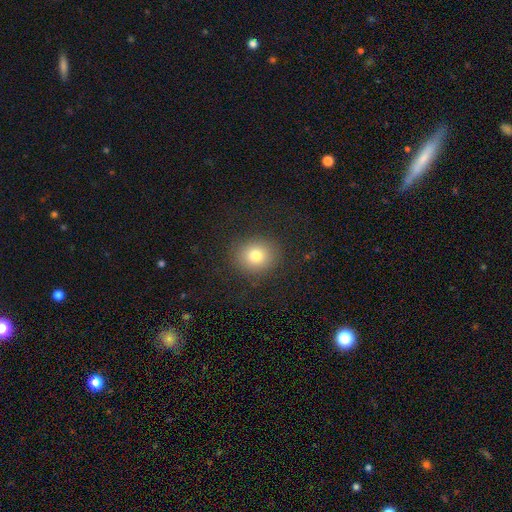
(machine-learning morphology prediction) This is likely a smooth galaxy (77%). How rounded: clearly round (82%). Merging: clearly none (88%).